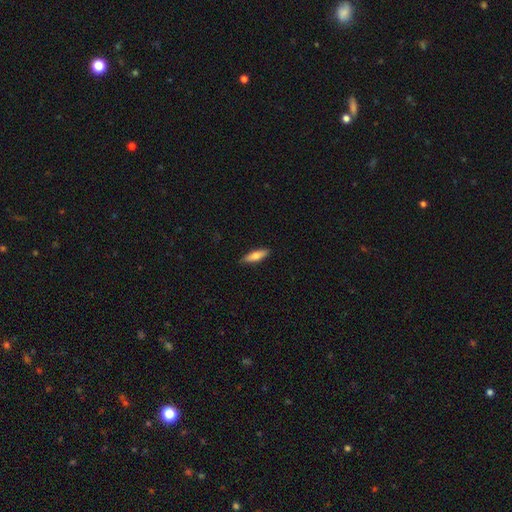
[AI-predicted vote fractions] Smooth or featured? smooth (72%)
How rounded? cigar-shaped (58%)
Merging? none (88%)